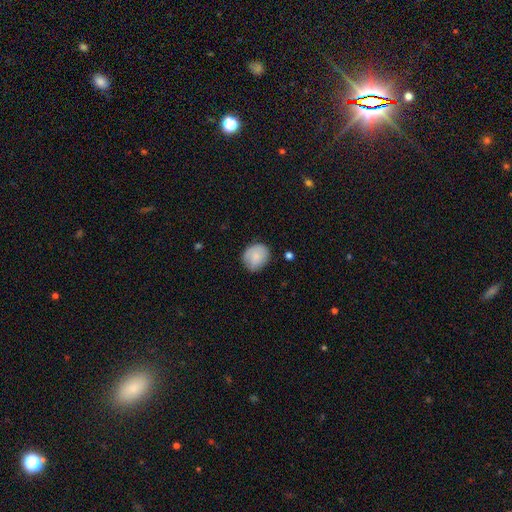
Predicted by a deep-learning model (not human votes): smooth 81%, featured or disk 12%, star or artifact 7%. Down the decision tree: how rounded — round (72%); merging — none (73%).